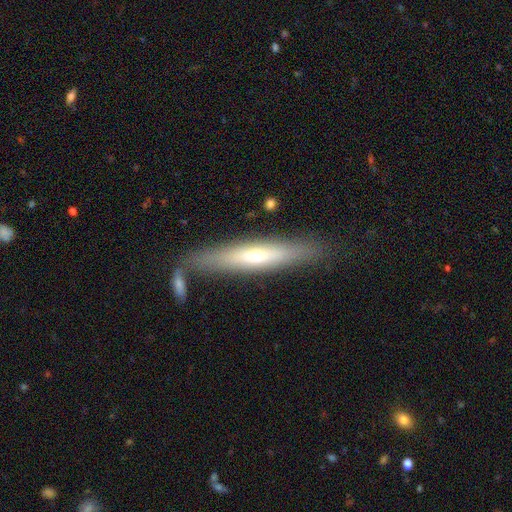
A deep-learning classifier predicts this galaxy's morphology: Overall: featured or disk (49%; smooth 45%). Merging: none (75%).